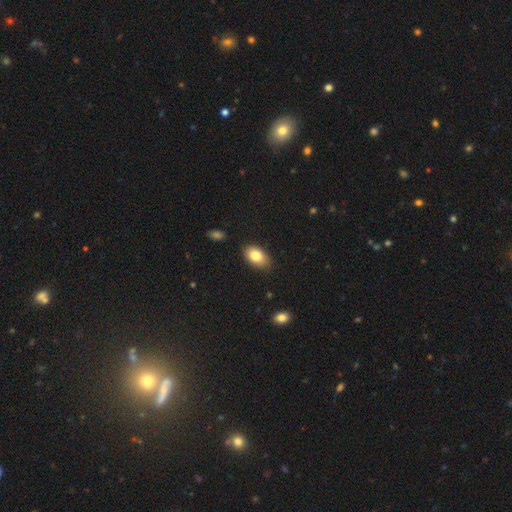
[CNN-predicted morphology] type=smooth (82%); roundness=in between (90%); merging=none (83%).